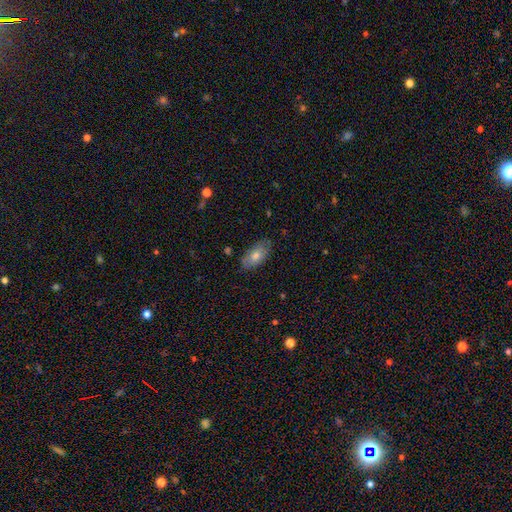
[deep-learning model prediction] smooth 63%, featured or disk 29%, star or artifact 8%. Down the decision tree: how rounded — in between (91%); merging — none (81%).